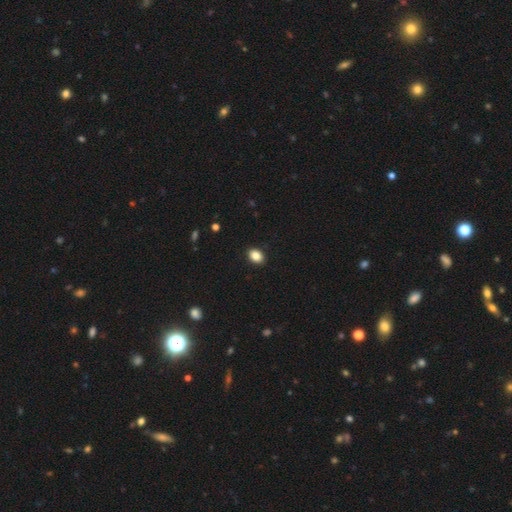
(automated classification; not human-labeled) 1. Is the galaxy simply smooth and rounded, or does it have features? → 87% smooth, 9% star or artifact, 4% featured or disk.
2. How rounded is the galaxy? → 73% in between, 26% round, 1% cigar-shaped.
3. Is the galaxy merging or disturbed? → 90% none, 7% minor disturbance, 2% major disturbance, 1% merger.